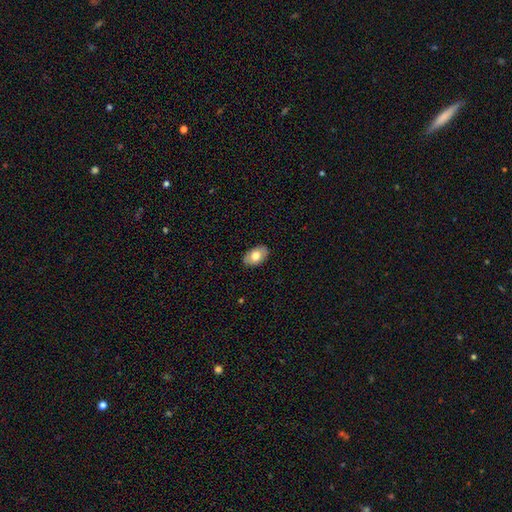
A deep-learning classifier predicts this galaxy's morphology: smooth 73%, featured or disk 21%, star or artifact 6%. Down the decision tree: how rounded — in between (91%); merging — none (87%).